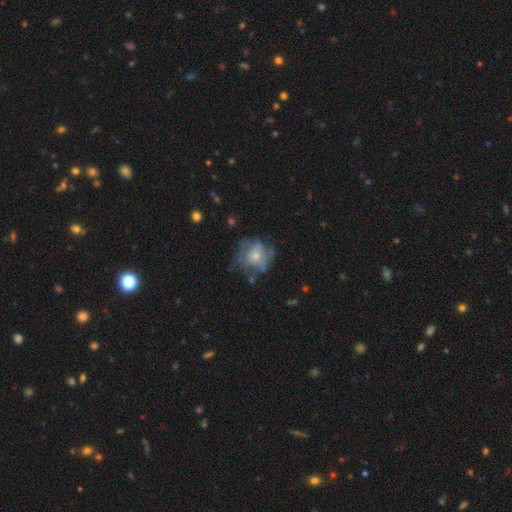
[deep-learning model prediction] Smooth or featured?
  - featured or disk: 51% *
  - smooth: 40%
  - star or artifact: 10%
Edge-on disk?
  - no: 97% *
  - yes: 3%
Merging?
  - none: 48% *
  - minor disturbance: 25%
  - major disturbance: 24%
  - merger: 3%